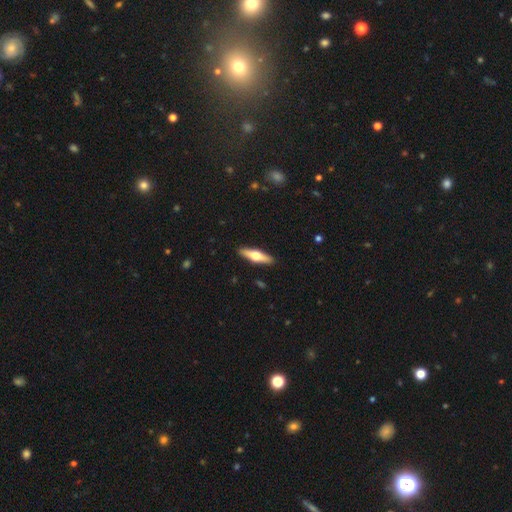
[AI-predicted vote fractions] Smooth or featured? featured or disk (56%)
Edge-on disk? yes (94%)
Edge-on bulge? rounded (95%)
Merging? none (91%)